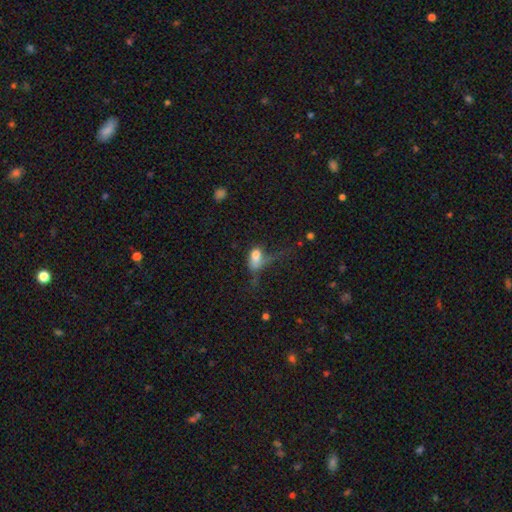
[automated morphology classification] Smooth or featured? Predicted: smooth (p=0.69). How rounded? Predicted: in between (p=0.82). Merging? Predicted: major disturbance (p=0.52).